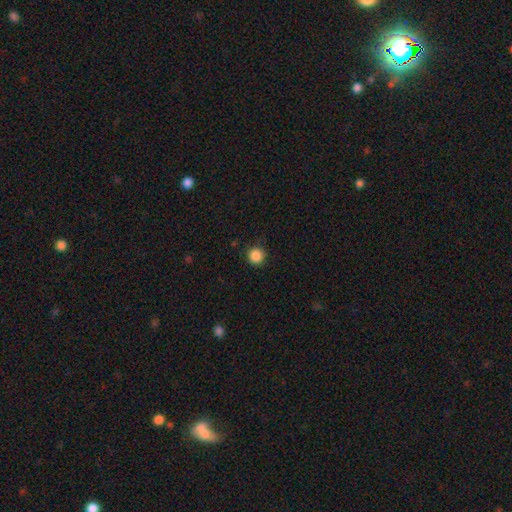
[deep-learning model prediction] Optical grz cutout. It shows a smooth galaxy with no disk features (87%) that is round (95%). Merging: none (90%).